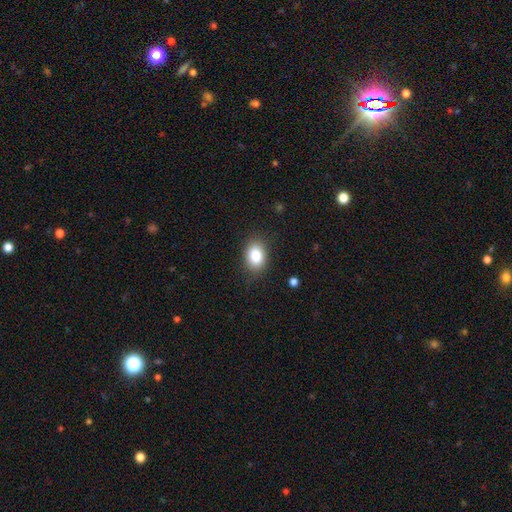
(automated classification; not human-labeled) Smooth or featured? smooth (86%)
How rounded? in between (77%)
Merging? none (84%)